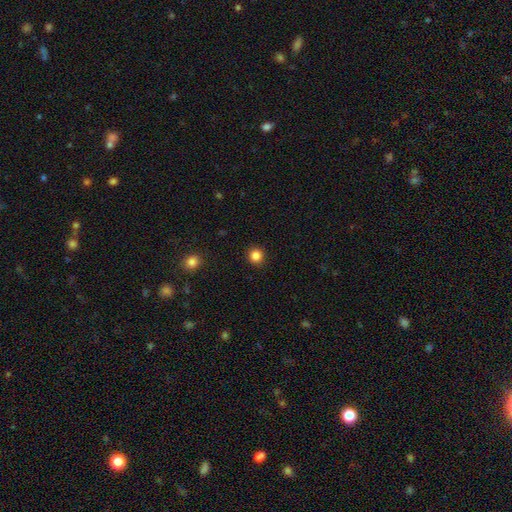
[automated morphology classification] A smooth galaxy with no disk features (84%) that is round (91%).

Vote fractions:
- Smooth or featured? smooth: 84% / star or artifact: 12% / featured or disk: 4%
- How rounded? round: 91% / in between: 8% / cigar-shaped: 1%
- Merging? none: 92% / minor disturbance: 5% / major disturbance: 2% / merger: 1%